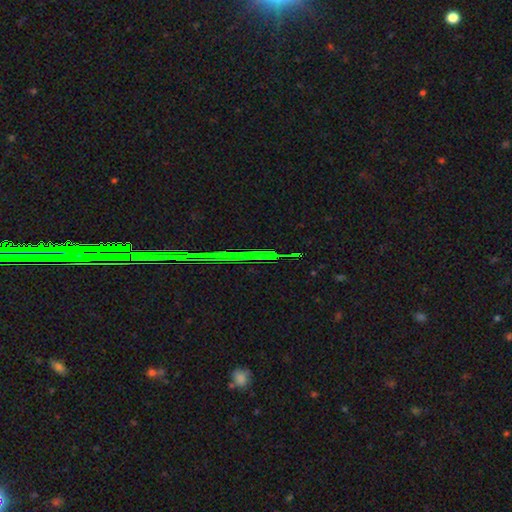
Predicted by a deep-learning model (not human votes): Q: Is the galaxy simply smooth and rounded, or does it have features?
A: star or artifact — 84%.